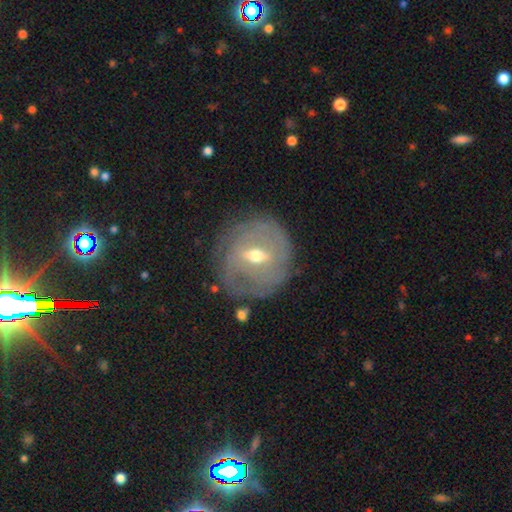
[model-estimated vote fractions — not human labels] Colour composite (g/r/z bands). It shows a featured or disk galaxy (77%) with a weak bar (52%), tight (67%) spiral arms (74%) and a moderate central bulge (66%). Merging: none (72%).